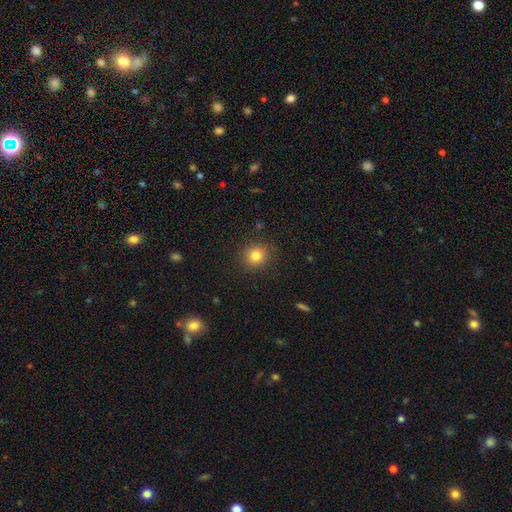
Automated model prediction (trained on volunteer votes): A smooth galaxy with no disk features (81%) that is round (91%). Merging: none (90%).